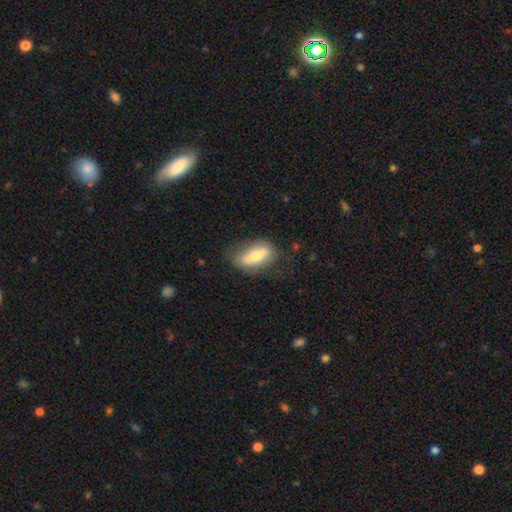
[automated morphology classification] A smooth galaxy with no disk features (61%) that is in between round and cigar-shaped (81%). Merging: none (72%).